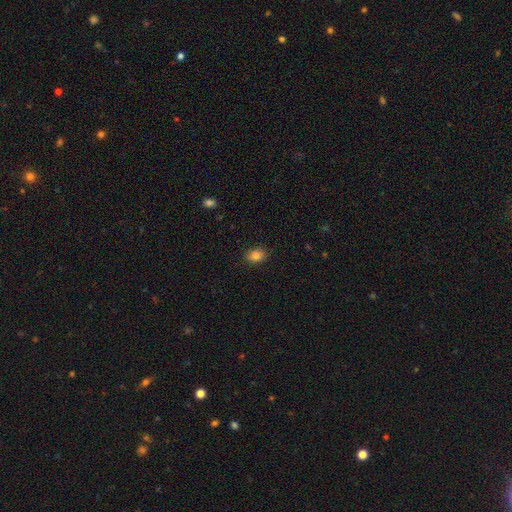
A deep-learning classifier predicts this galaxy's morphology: smooth-or-featured: smooth: 85% | star or artifact: 10% | featured or disk: 4%
  how-rounded: in between: 74% | round: 25% | cigar-shaped: 1%
  merging: none: 88% | minor disturbance: 9% | major disturbance: 2% | merger: 1%